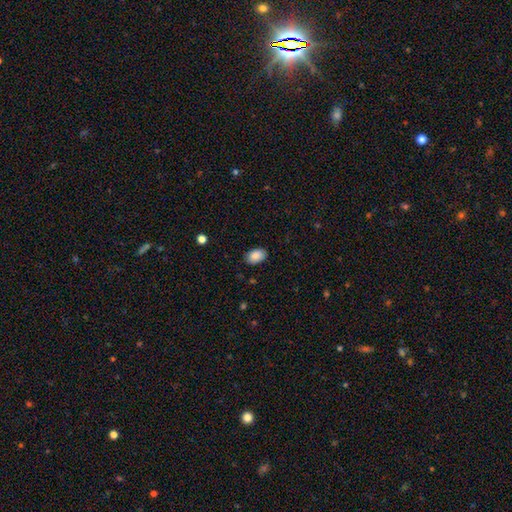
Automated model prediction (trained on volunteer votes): Morphology: type=smooth (88%); roundness=in between (90%); merging=none (85%).